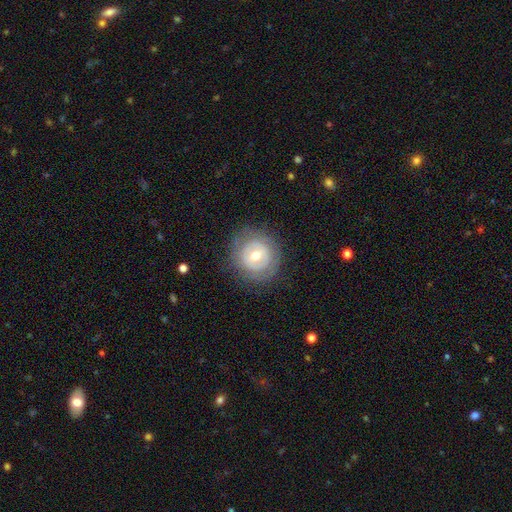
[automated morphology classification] Smooth or featured? featured or disk (48%)
Merging? none (82%)